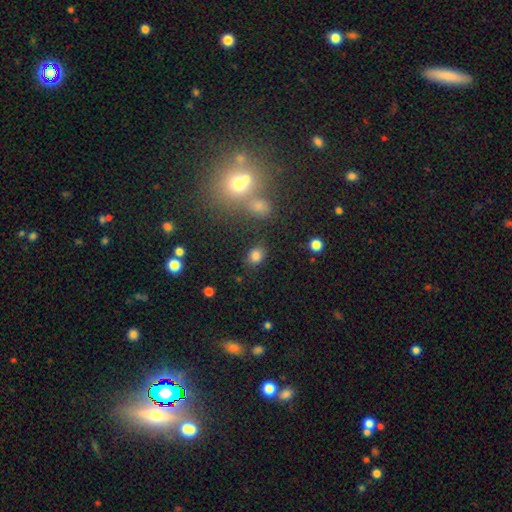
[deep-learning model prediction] smooth 81%, star or artifact 14%, featured or disk 6%. Down the decision tree: how rounded — in between (50%); merging — none (78%).